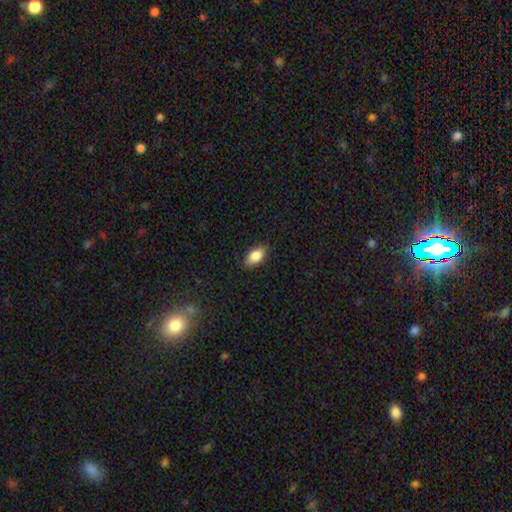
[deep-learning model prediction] A smooth galaxy with no disk features (84%) that is in between round and cigar-shaped (90%). Merging: none (86%).